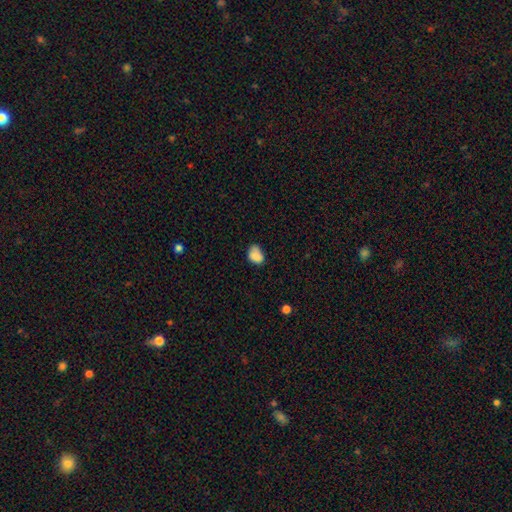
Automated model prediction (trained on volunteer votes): This is clearly a smooth galaxy (85%). How rounded: likely in between (74%). Merging: possibly none (52%).